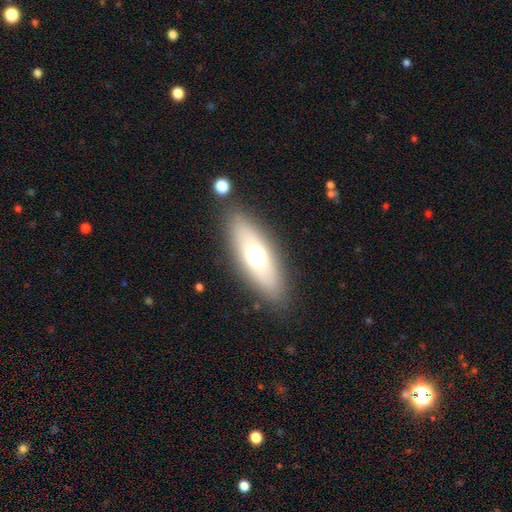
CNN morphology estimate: type=smooth (57%); roundness=in between (62%); merging=none (85%).